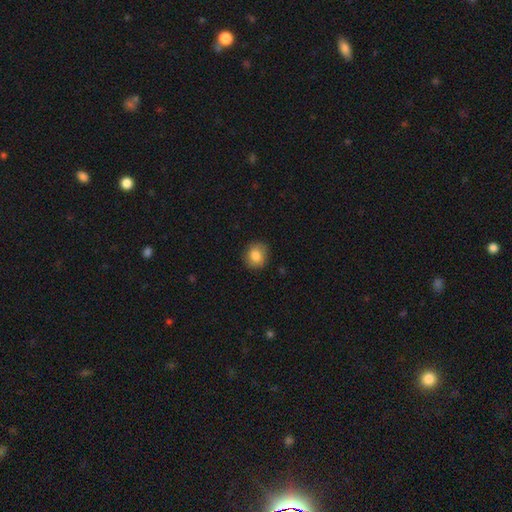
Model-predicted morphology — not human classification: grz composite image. It shows a smooth galaxy with no disk features (84%) that is round (81%). Merging: none (84%).